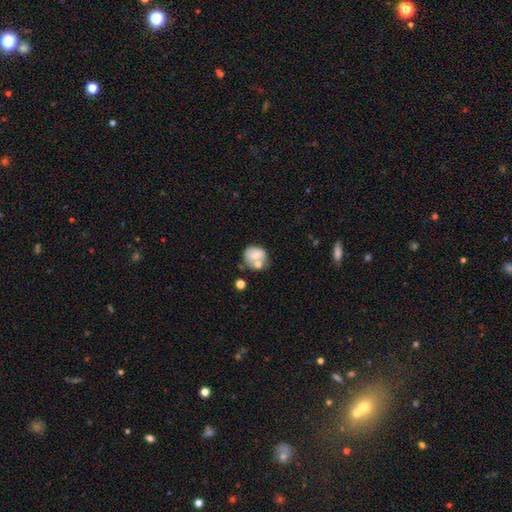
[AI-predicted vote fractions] Smooth or featured? smooth (64%)
How rounded? round (72%)
Merging? none (44%)